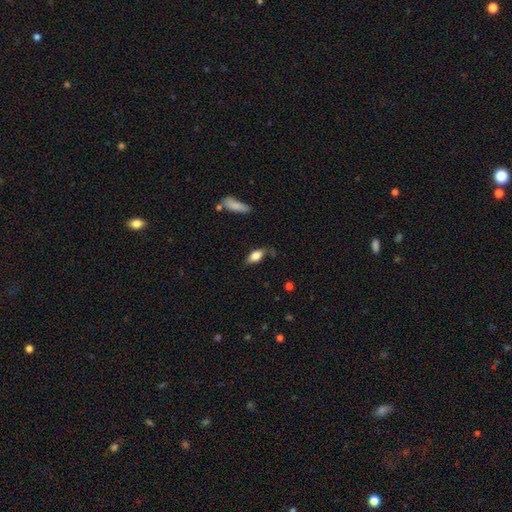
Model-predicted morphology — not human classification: smooth-or-featured: smooth: 79% | featured or disk: 14% | star or artifact: 7%
  how-rounded: in between: 85% | cigar-shaped: 11% | round: 4%
  merging: none: 68% | minor disturbance: 23% | major disturbance: 6% | merger: 3%